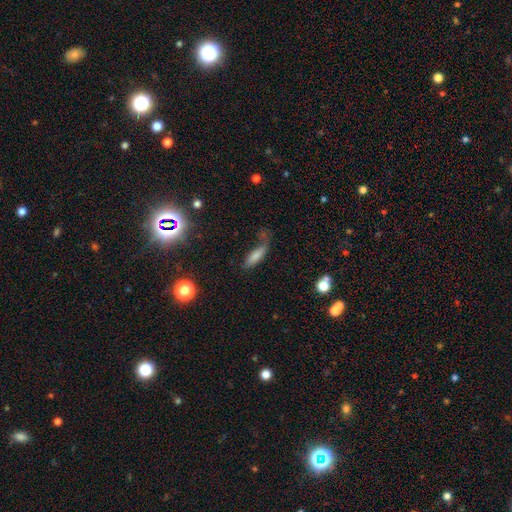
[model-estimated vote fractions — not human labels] Smooth or featured: smooth — 77% (featured or disk — 13%)
How rounded: cigar-shaped — 49% (in between — 48%)
Merging: none — 42% (minor disturbance — 26%)